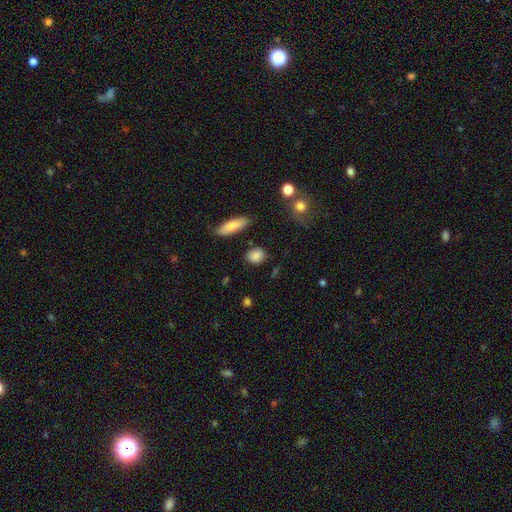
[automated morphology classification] smooth 85%, star or artifact 8%, featured or disk 6%. Down the decision tree: how rounded — round (52%); merging — none (78%).